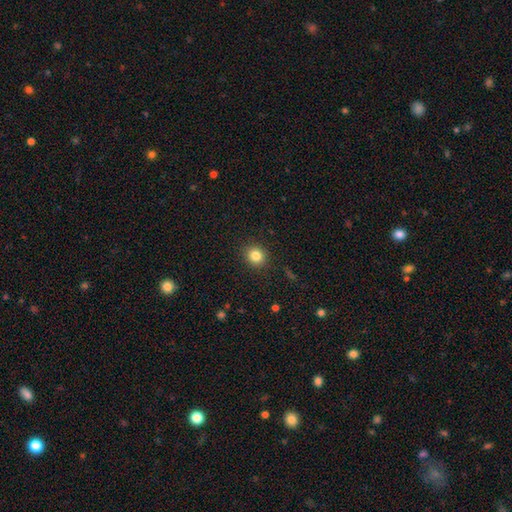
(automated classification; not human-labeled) This is clearly a smooth galaxy (83%). How rounded: clearly round (83%). Merging: clearly none (91%).